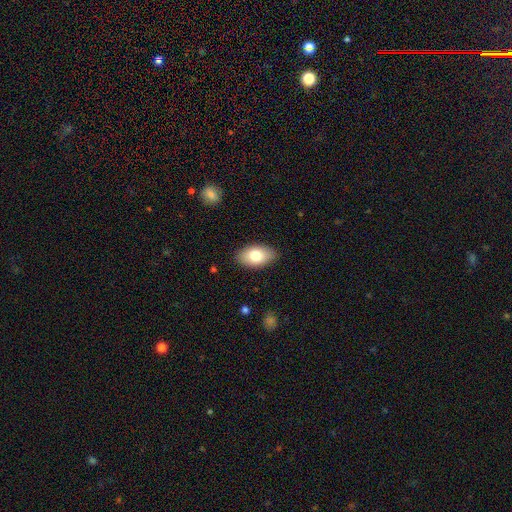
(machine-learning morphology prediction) Smooth or featured? smooth (80%)
How rounded? in between (93%)
Merging? none (86%)